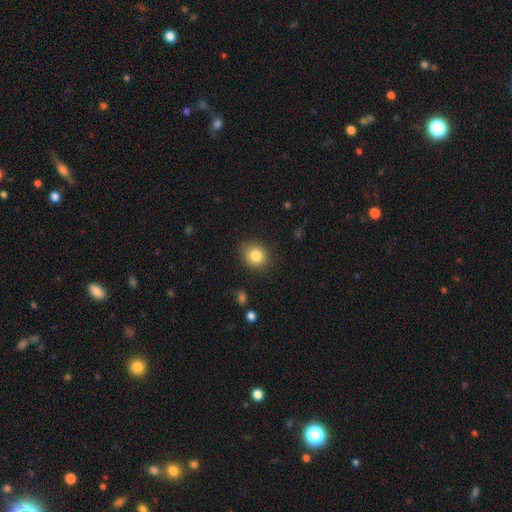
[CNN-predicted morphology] Smooth or featured? smooth (83%)
How rounded? round (68%)
Merging? none (84%)